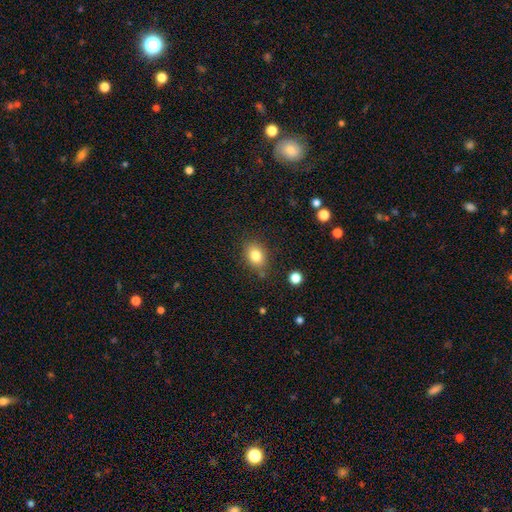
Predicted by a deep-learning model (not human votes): Smooth or featured?
  - smooth: 82% *
  - star or artifact: 10%
  - featured or disk: 8%
How rounded?
  - in between: 59% *
  - round: 40%
  - cigar-shaped: 1%
Merging?
  - none: 78% *
  - minor disturbance: 14%
  - merger: 4%
  - major disturbance: 3%